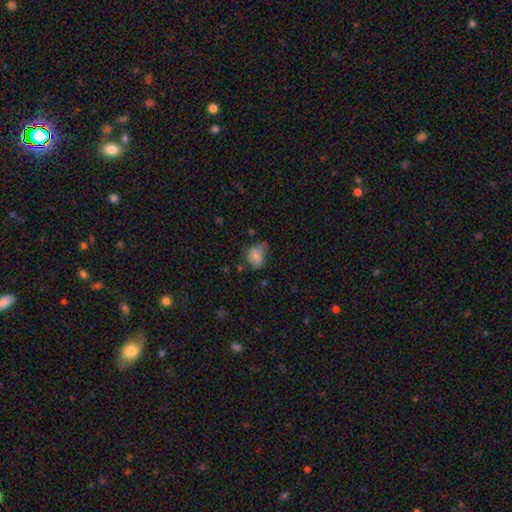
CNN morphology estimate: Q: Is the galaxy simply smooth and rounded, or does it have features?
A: smooth — 75%.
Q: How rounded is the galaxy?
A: in between — 65%.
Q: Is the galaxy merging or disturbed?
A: minor disturbance — 40%.